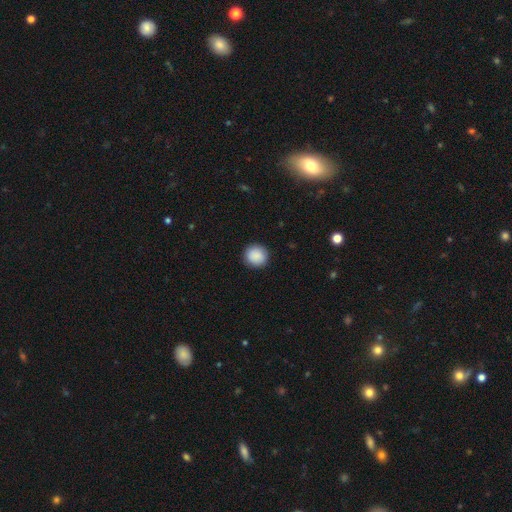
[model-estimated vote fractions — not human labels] smooth_or_featured: smooth (p=0.90) [alt: star or artifact p=0.07]
how_rounded: round (p=0.93) [alt: in between p=0.06]
merging: none (p=0.91) [alt: minor disturbance p=0.06]